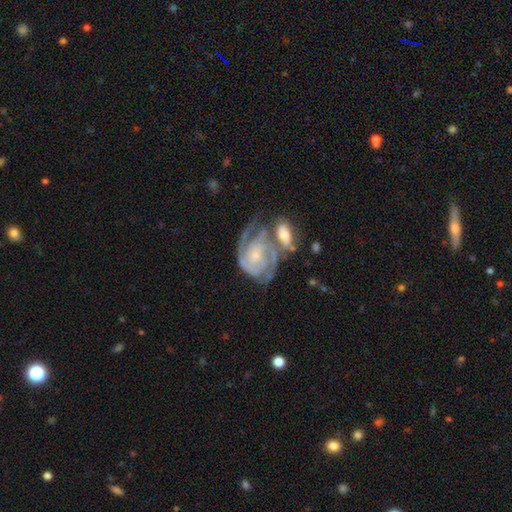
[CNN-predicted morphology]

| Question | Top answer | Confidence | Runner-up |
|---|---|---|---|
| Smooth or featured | featured or disk | 87% | smooth (8%) |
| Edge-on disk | no | 97% | yes (3%) |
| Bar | no | 67% | weak (26%) |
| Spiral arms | yes | 96% | no (4%) |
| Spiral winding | tight | 58% | medium (33%) |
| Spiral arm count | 2 | 47% | 3 (19%) |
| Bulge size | small | 62% | moderate (23%) |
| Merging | merger | 34% | tied: none (34%) |